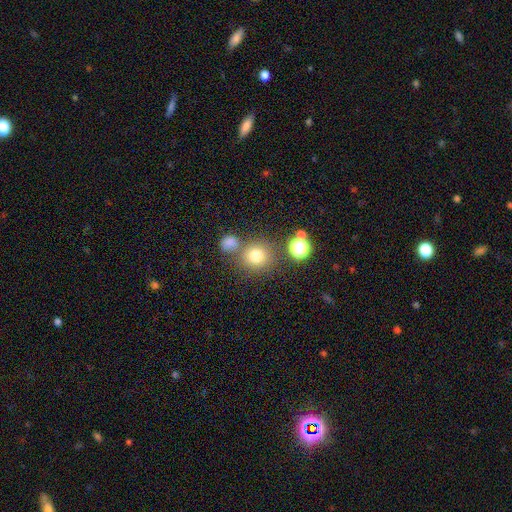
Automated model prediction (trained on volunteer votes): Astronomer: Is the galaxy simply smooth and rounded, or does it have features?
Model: smooth — 76%.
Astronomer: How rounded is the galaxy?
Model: round — 90%.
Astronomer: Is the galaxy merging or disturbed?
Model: none — 71%.